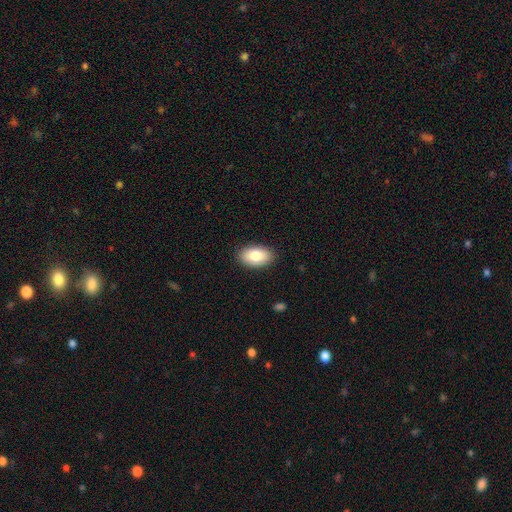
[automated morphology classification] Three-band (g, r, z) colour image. It shows a smooth galaxy with no disk features (83%) that is in between round and cigar-shaped (93%). Merging: none (89%).